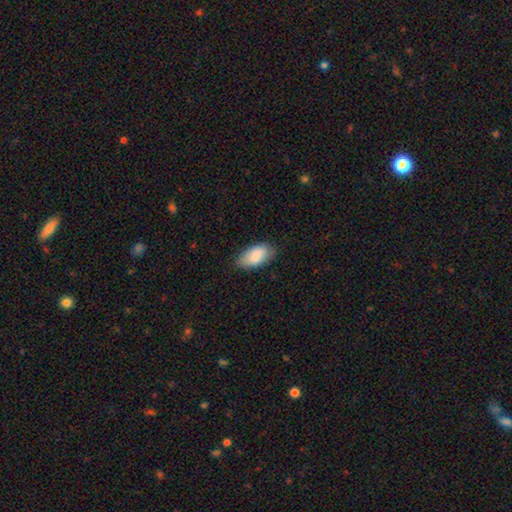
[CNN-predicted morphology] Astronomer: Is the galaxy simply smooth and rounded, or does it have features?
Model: smooth — 86%.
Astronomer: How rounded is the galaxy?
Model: in between — 94%.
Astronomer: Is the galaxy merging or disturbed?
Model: none — 76%.